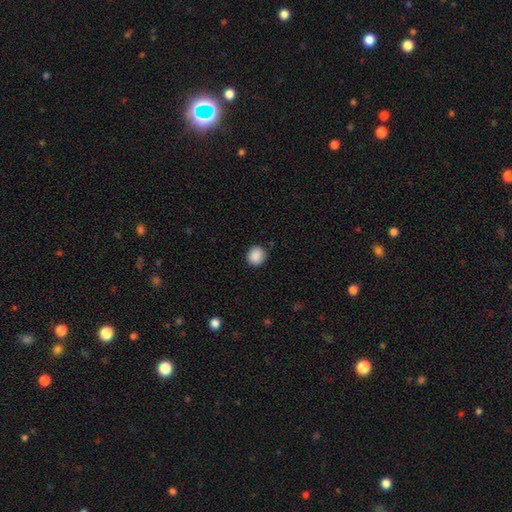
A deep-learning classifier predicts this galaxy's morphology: A smooth galaxy with no disk features (89%) that is round (81%). Merging: none (88%).